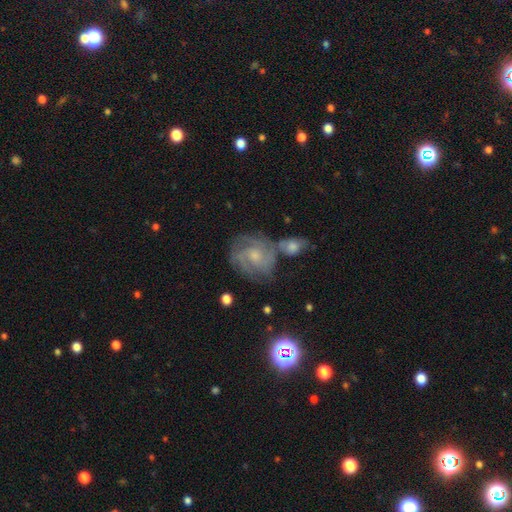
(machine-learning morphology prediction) Overall: featured or disk (76%). Edge-on disk: no (97%). Bar: no (62%; weak 33%). Spiral arms: yes (92%). Spiral arm count: can't tell (31%; 3 27%). Spiral winding: tight (57%; medium 35%). Bulge size: small (52%; moderate 39%). Merging: none (57%; merger 18%).